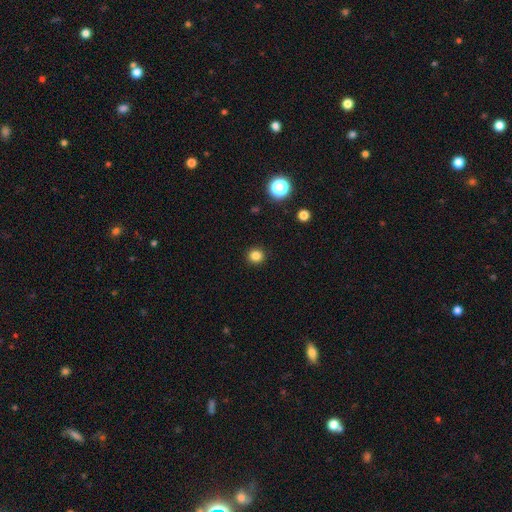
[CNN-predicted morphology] smooth 83%, star or artifact 13%, featured or disk 4%. Down the decision tree: how rounded — round (91%); merging — none (92%).